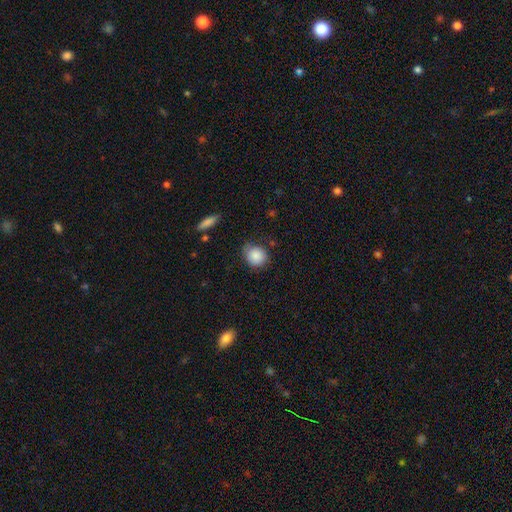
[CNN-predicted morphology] smooth_or_featured: smooth (p=0.87) [alt: star or artifact p=0.08]
how_rounded: round (p=0.77) [alt: in between p=0.21]
merging: none (p=0.68) [alt: minor disturbance p=0.24]